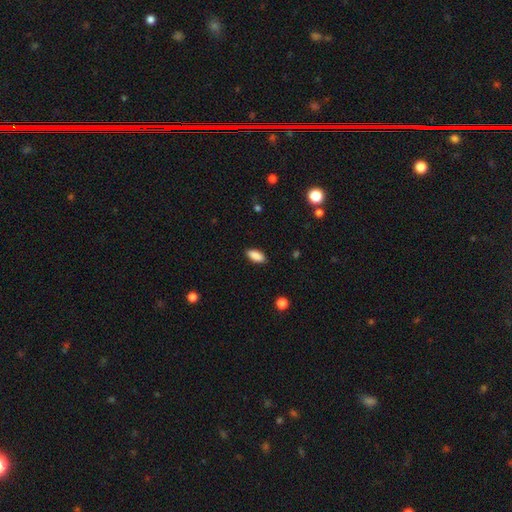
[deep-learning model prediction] smooth 89%, star or artifact 7%, featured or disk 4%. Down the decision tree: how rounded — in between (86%); merging — none (88%).